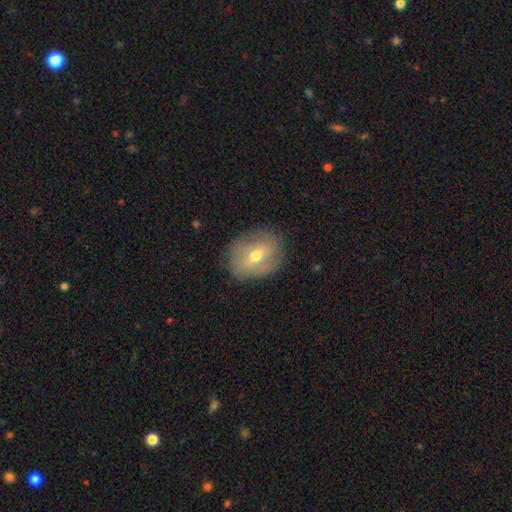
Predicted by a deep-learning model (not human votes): Smooth or featured? smooth (46%)
Merging? none (80%)